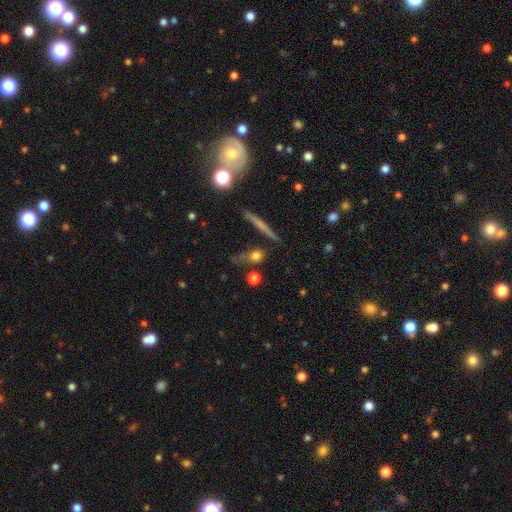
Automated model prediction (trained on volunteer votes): smooth 65%, featured or disk 23%, star or artifact 12%. Down the decision tree: how rounded — round (59%); merging — none (64%).